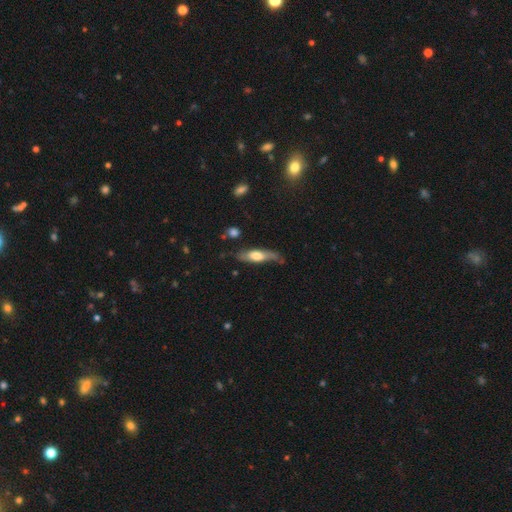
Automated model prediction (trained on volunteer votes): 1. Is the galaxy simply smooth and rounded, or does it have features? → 51% smooth, 43% featured or disk, 6% star or artifact.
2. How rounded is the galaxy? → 63% cigar-shaped, 34% in between, 2% round.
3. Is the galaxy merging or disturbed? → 61% none, 26% minor disturbance, 9% major disturbance, 4% merger.